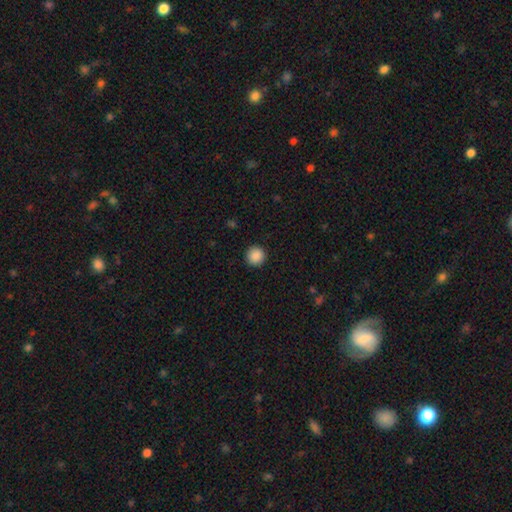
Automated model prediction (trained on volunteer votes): A smooth galaxy with no disk features (89%) that is round (95%). Merging: none (92%).